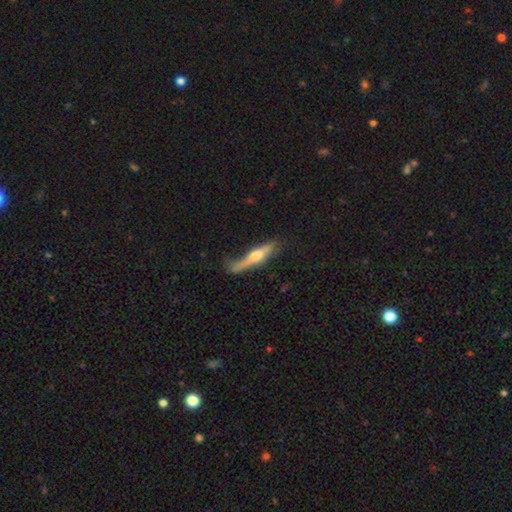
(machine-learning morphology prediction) The model was most divided on "smooth or featured": featured or disk: 55%, smooth: 39%, star or artifact: 6%. More confident: edge-on disk — yes (89%); merging — none (54%).